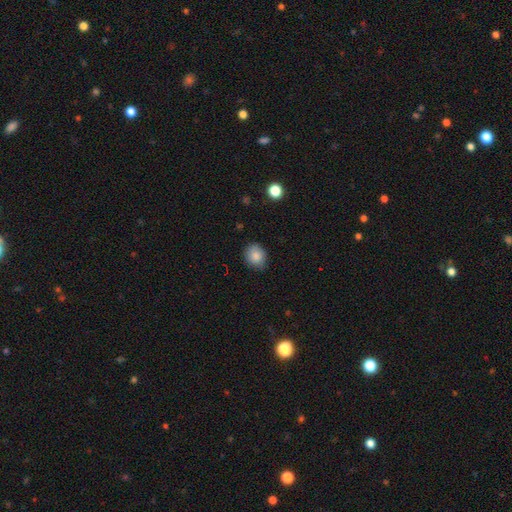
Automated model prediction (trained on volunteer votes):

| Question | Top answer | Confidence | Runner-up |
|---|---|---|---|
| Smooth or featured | smooth | 86% | star or artifact (9%) |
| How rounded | round | 64% | in between (36%) |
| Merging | none | 80% | minor disturbance (17%) |